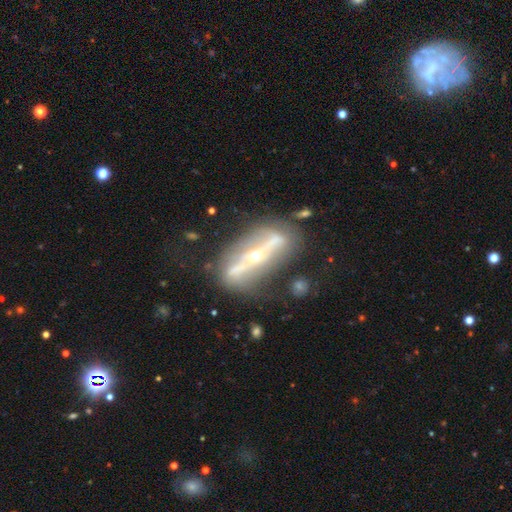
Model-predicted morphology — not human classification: A featured or disk galaxy (82%) with a strong bar (69%), no spiral arms (53%) and a small central bulge (66%).

Vote fractions:
- Smooth or featured? featured or disk: 82% / smooth: 12% / star or artifact: 7%
- Edge-on disk? no: 62% / yes: 38%
- Bar? strong: 69% / no: 19% / weak: 12%
- Spiral arms? no: 53% / yes: 47%
- Bulge size? small: 66% / moderate: 30% / large: 2% / dominant: 1% / none: 1%
- Merging? none: 61% / minor disturbance: 20% / major disturbance: 13% / merger: 6%